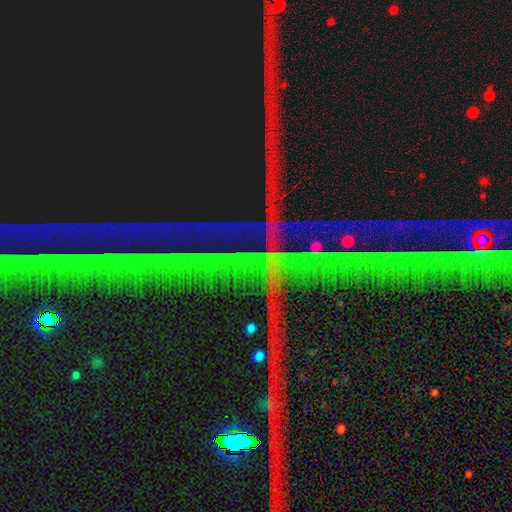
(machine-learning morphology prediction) Q: Smooth or featured?
A: star or artifact (89%); runner-up: featured or disk (6%)